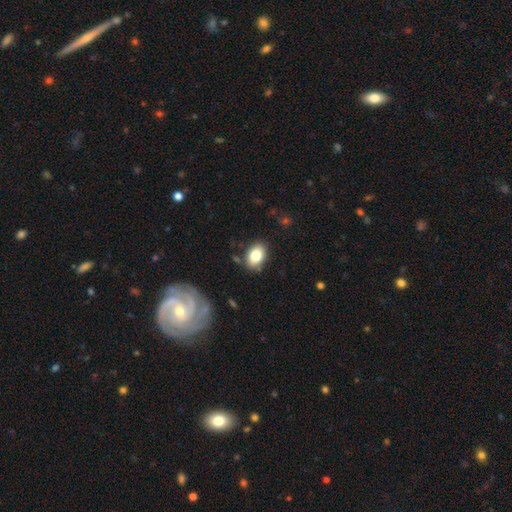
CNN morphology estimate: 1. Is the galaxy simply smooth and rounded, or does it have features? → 82% smooth, 10% featured or disk, 8% star or artifact.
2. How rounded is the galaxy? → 83% in between, 16% round, 1% cigar-shaped.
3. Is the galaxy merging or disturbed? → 82% none, 12% minor disturbance, 3% major disturbance, 3% merger.